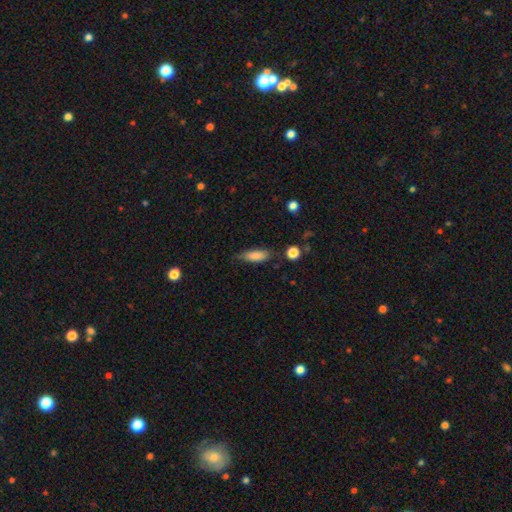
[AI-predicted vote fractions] Smooth or featured? Predicted: smooth (p=0.80). How rounded? Predicted: in between (p=0.64). Merging? Predicted: none (p=0.66).